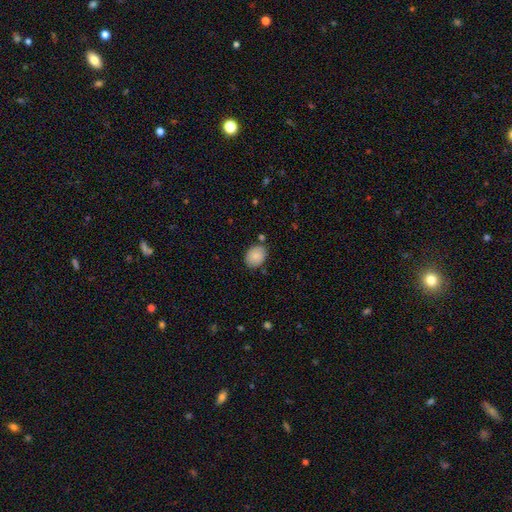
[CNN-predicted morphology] smooth_or_featured: smooth (p=0.86) [alt: star or artifact p=0.07]
how_rounded: in between (p=0.59) [alt: round p=0.41]
merging: none (p=0.77) [alt: minor disturbance p=0.15]